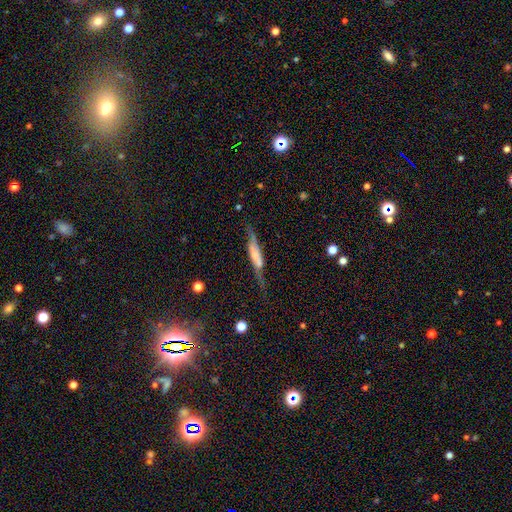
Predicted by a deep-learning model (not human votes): Smooth or featured? featured or disk (56%)
Edge-on disk? yes (79%)
Merging? none (49%)